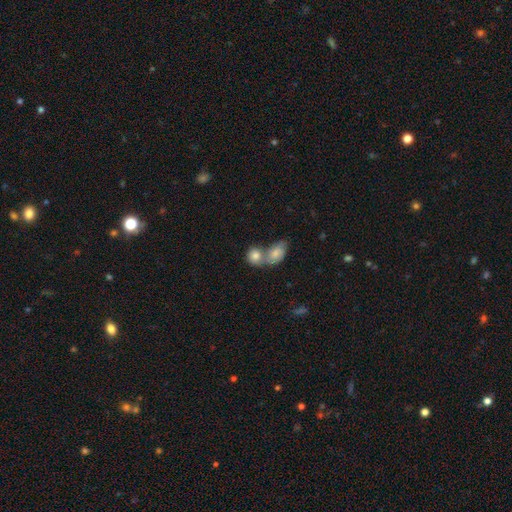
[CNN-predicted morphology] Smooth or featured?
  - smooth: 80% *
  - featured or disk: 12%
  - star or artifact: 7%
How rounded?
  - round: 59% *
  - in between: 40%
  - cigar-shaped: 2%
Merging?
  - merger: 63% *
  - none: 26%
  - minor disturbance: 7%
  - major disturbance: 3%